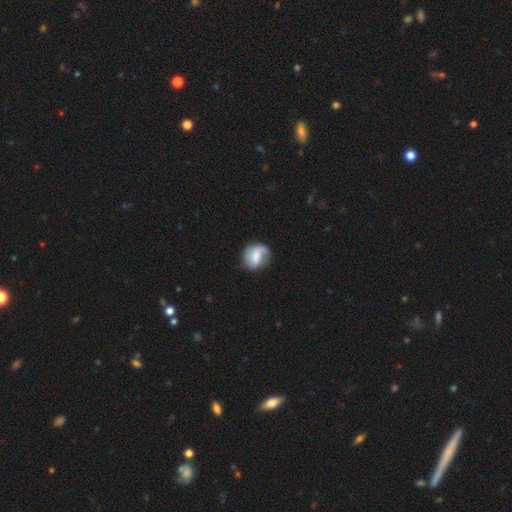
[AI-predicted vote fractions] This appears to be a smooth galaxy with no disk features (56%) that is round (63%). Merging: none (57%).